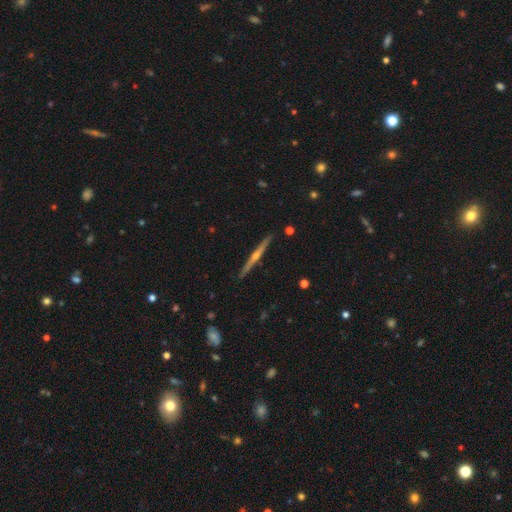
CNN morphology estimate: smooth_or_featured: featured or disk (p=0.79) [alt: smooth p=0.15]
disk_edge_on: yes (p=0.98) [alt: no p=0.02]
edge_on_bulge: rounded (p=0.85) [alt: none p=0.12]
merging: none (p=0.92) [alt: minor disturbance p=0.06]